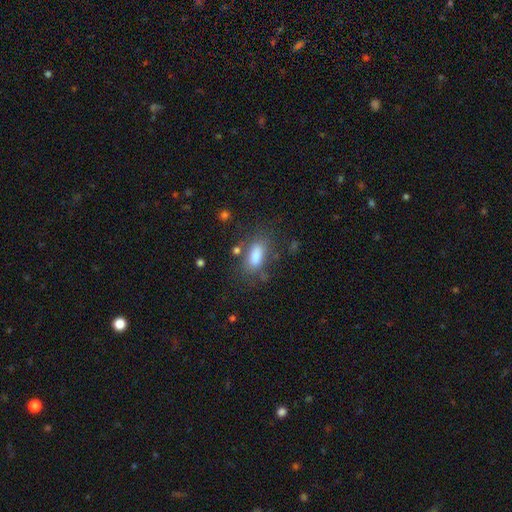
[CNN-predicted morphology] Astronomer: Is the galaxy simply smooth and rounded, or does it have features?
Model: smooth — 81%.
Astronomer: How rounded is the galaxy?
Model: in between — 81%.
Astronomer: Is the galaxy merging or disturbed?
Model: none — 71%.